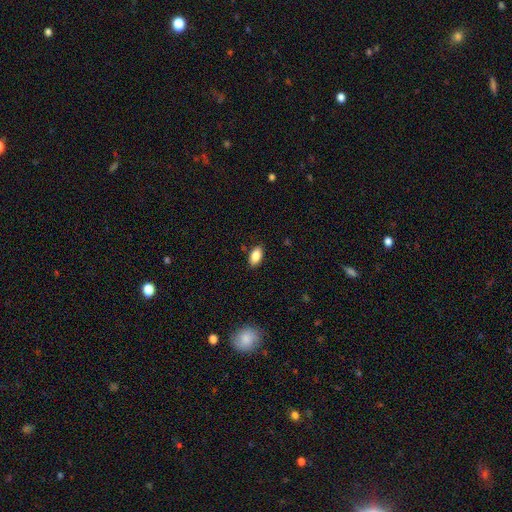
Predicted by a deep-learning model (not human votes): A smooth galaxy with no disk features (85%) that is in between round and cigar-shaped (92%).

Vote fractions:
- Smooth or featured? smooth: 85% / star or artifact: 8% / featured or disk: 7%
- How rounded? in between: 92% / round: 4% / cigar-shaped: 4%
- Merging? none: 87% / minor disturbance: 10% / major disturbance: 2% / merger: 1%